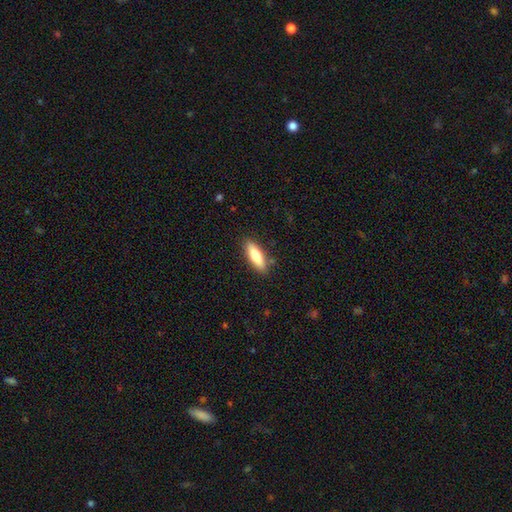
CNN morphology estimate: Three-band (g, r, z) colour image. It shows a smooth galaxy with no disk features (76%) that is in between round and cigar-shaped (53%). Merging: none (87%).